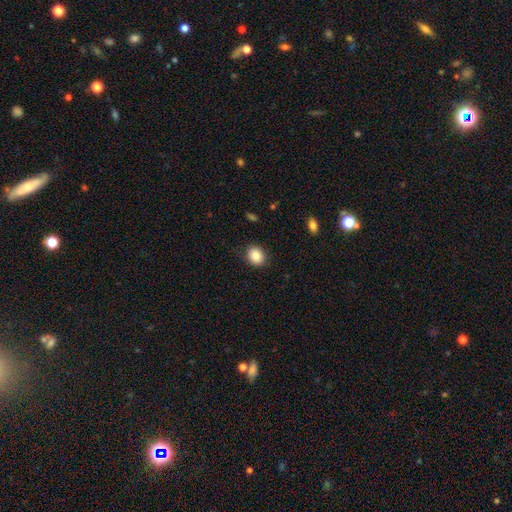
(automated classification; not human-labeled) This appears to be a smooth galaxy with no disk features (85%) that is round (59%). Merging: none (88%).